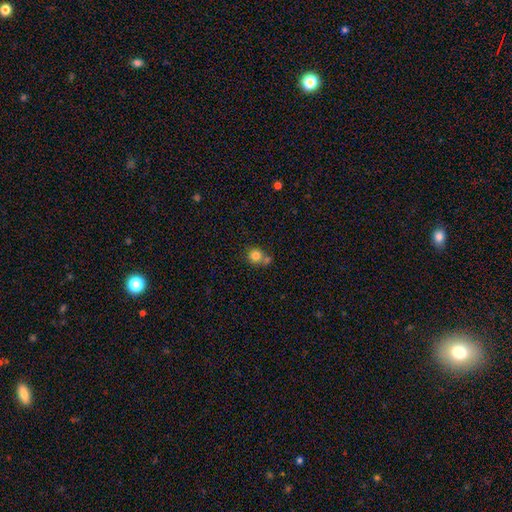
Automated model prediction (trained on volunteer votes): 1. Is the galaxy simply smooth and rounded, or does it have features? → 82% smooth, 10% star or artifact, 8% featured or disk.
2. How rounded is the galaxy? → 89% round, 11% in between, 1% cigar-shaped.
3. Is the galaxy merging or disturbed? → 52% none, 33% merger, 11% minor disturbance, 4% major disturbance.